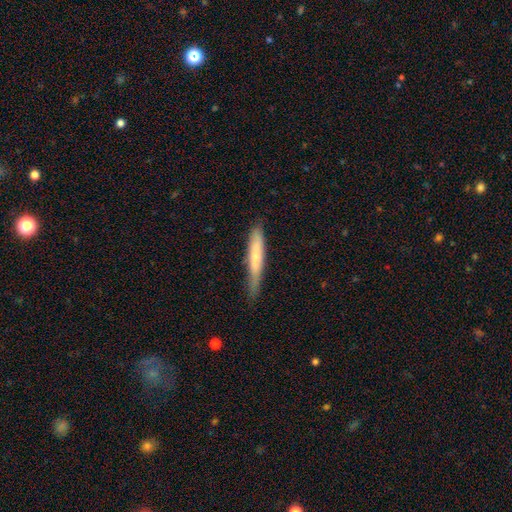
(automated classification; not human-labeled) The model was most divided on "smooth or featured": smooth: 67%, featured or disk: 27%, star or artifact: 6%. More confident: how rounded — cigar-shaped (93%); merging — none (72%).